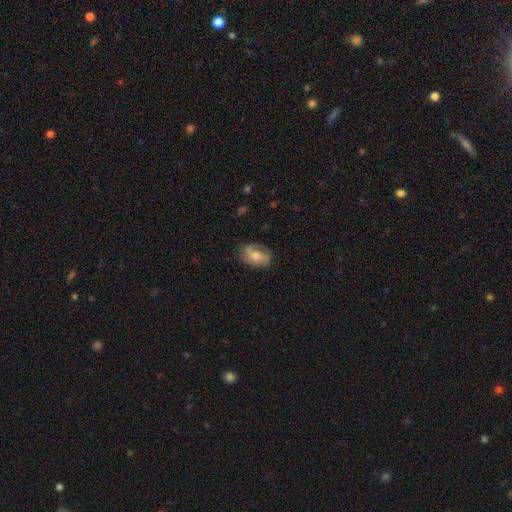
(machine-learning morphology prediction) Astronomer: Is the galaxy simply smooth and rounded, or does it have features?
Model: featured or disk — 64%.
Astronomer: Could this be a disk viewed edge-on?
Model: no — 96%.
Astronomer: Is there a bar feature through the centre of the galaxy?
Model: no — 64%.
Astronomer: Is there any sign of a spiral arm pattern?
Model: yes — 89%.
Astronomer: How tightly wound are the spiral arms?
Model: medium — 42% (runner-up: loose, 33%).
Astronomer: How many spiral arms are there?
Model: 2 — 56%.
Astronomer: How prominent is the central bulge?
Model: moderate — 66%.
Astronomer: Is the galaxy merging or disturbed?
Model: none — 71%.